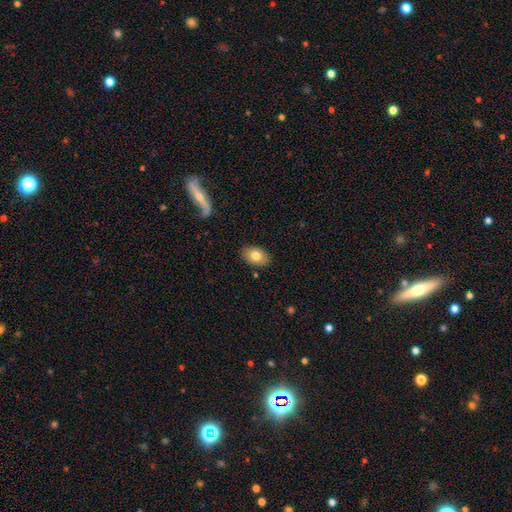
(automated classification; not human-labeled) Smooth or featured?
  - smooth: 77% *
  - featured or disk: 15%
  - star or artifact: 7%
How rounded?
  - in between: 86% *
  - round: 12%
  - cigar-shaped: 1%
Merging?
  - none: 87% *
  - minor disturbance: 9%
  - major disturbance: 2%
  - merger: 1%